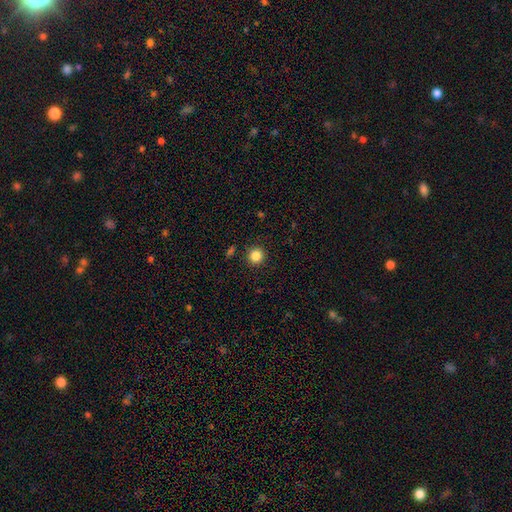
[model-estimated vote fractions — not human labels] Q: Smooth or featured?
A: smooth (85%); runner-up: star or artifact (11%)
Q: How rounded?
A: round (93%); runner-up: in between (6%)
Q: Merging?
A: none (90%); runner-up: minor disturbance (6%)